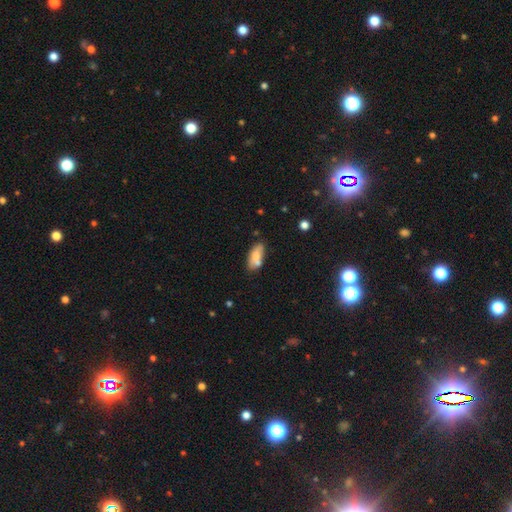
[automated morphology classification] A smooth galaxy with no disk features (72%) that is in between round and cigar-shaped (84%).

Vote fractions:
- Smooth or featured? smooth: 72% / featured or disk: 20% / star or artifact: 7%
- How rounded? in between: 84% / cigar-shaped: 13% / round: 3%
- Merging? none: 56% / minor disturbance: 20% / merger: 19% / major disturbance: 5%